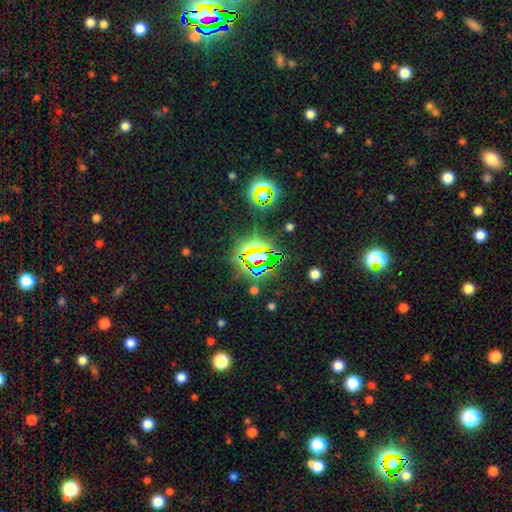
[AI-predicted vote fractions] smooth_or_featured: star or artifact (p=0.77) [alt: smooth p=0.13]